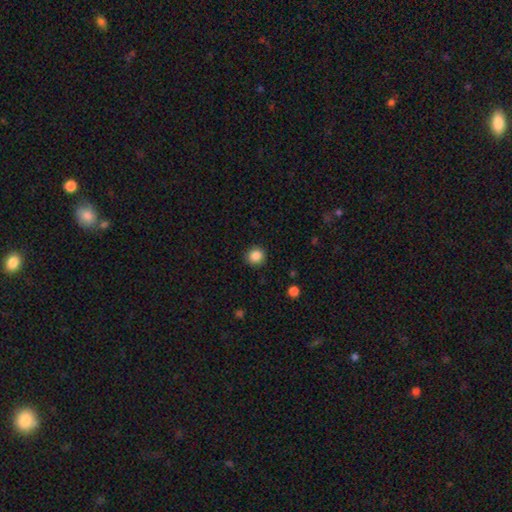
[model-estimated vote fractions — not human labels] This appears to be a smooth galaxy with no disk features (86%) that is round (90%). Merging: none (90%).